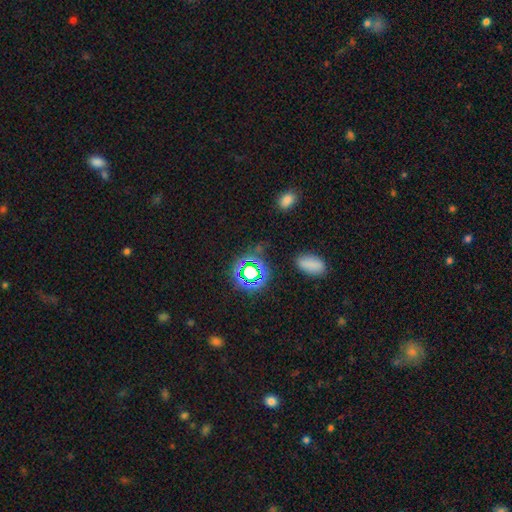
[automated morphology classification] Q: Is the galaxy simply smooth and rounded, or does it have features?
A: star or artifact — 58%.